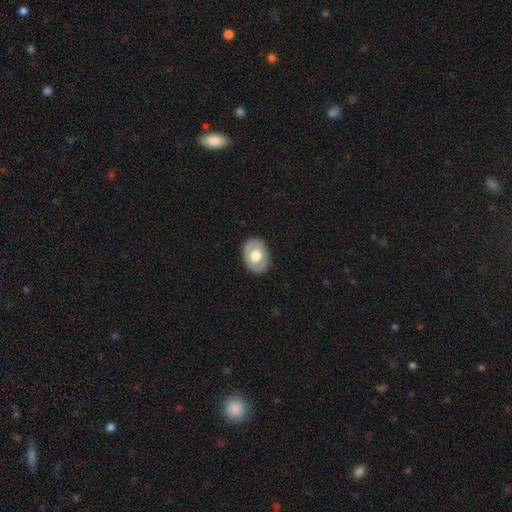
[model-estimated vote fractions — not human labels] Morphology: type=smooth (59%); roundness=in between (74%); merging=none (85%).